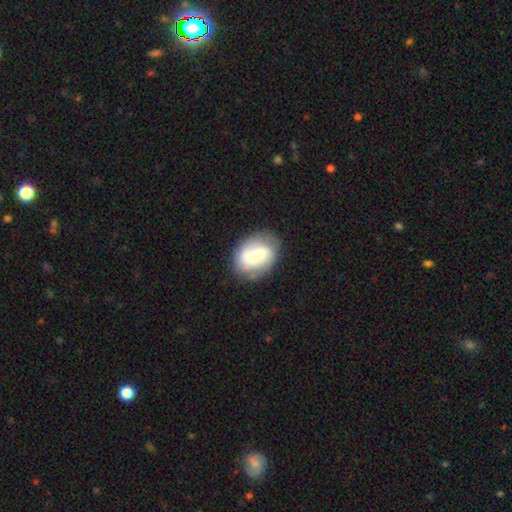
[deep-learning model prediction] A smooth galaxy with no disk features (49%). Merging: none (66%).